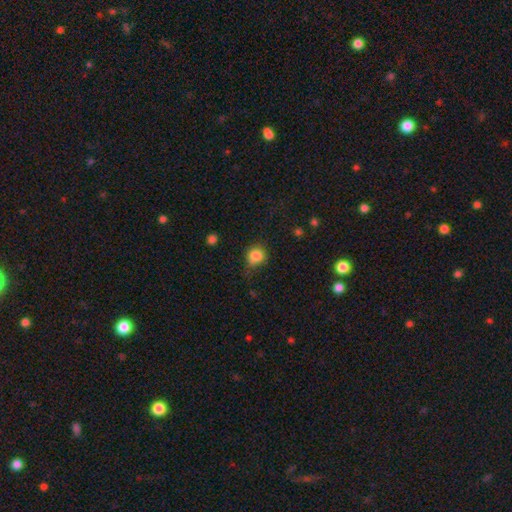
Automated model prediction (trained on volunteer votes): The model was most divided on "merging": none: 59%, minor disturbance: 29%, major disturbance: 8%, merger: 4%. More confident: smooth or featured — smooth (83%); how rounded — round (77%).